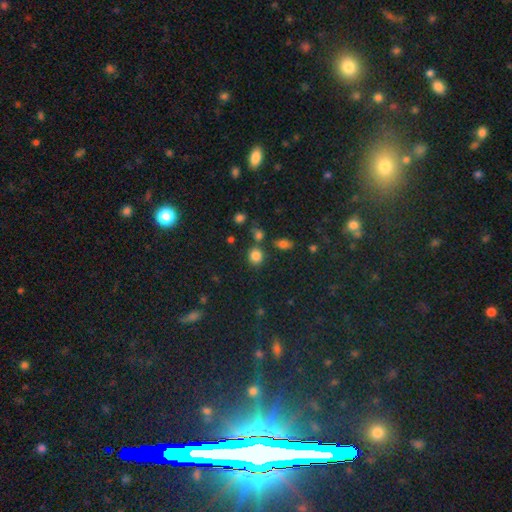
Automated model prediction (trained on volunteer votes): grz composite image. It shows a smooth galaxy with no disk features (81%) that is round (78%). Merging: none (74%).